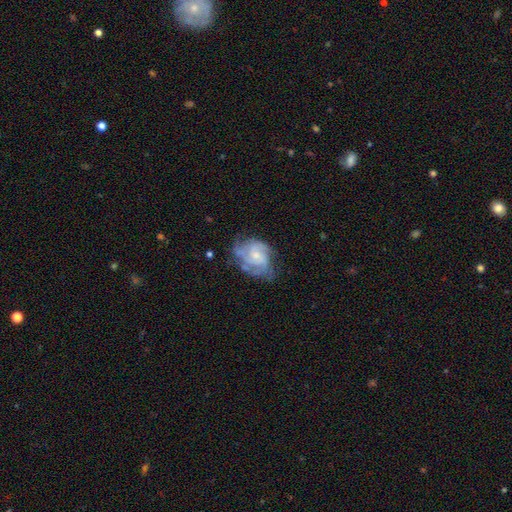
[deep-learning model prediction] featured or disk 81%, smooth 13%, star or artifact 6%. Down the decision tree: edge-on disk — no (98%); bar — no (66%); spiral arms — yes (92%); spiral arm count — 3 (29%); spiral winding — tight (51%); bulge size — small (60%); merging — none (59%).